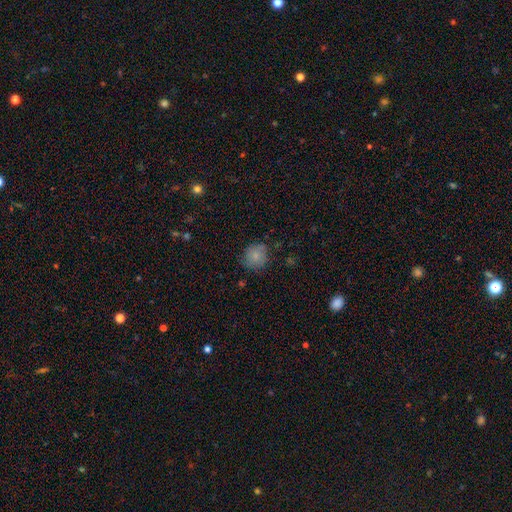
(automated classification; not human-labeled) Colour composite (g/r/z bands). It shows a smooth galaxy with no disk features (82%) that is round (85%). Merging: none (76%).